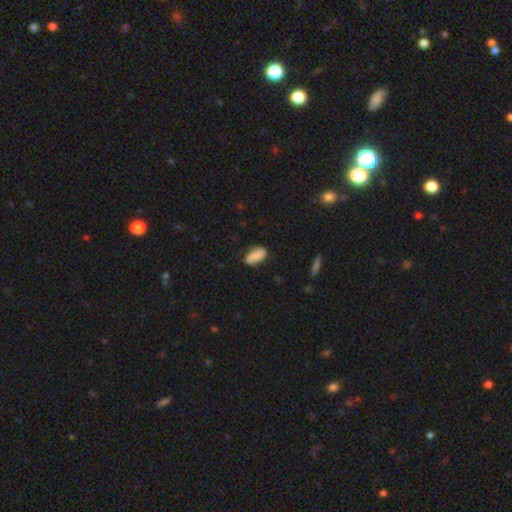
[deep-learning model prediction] Overall: smooth (73%). How rounded: in between (90%). Merging: none (69%).